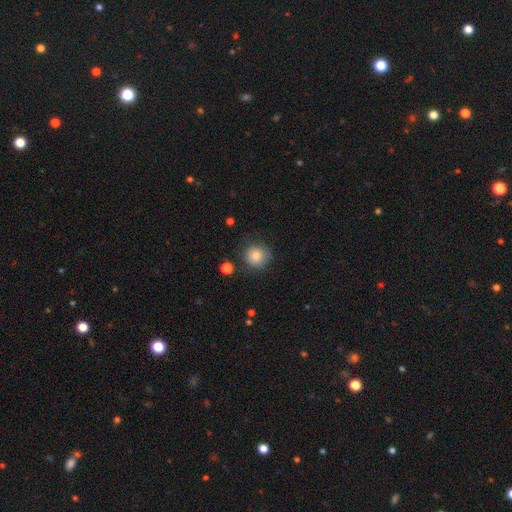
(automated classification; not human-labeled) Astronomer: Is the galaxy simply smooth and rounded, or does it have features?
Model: smooth — 83%.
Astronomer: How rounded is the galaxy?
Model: round — 92%.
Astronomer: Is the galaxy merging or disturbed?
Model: none — 80%.